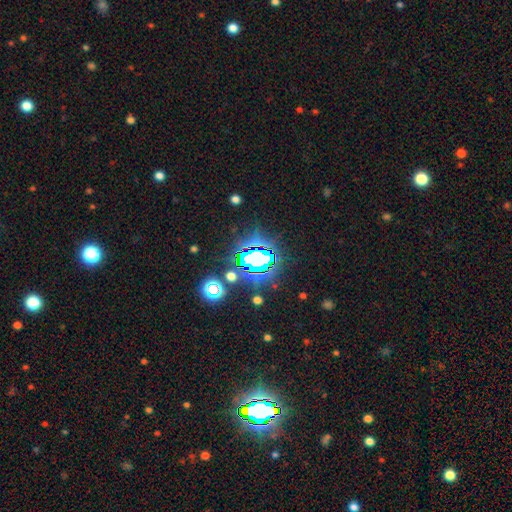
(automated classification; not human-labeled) Smooth or featured?
  - star or artifact: 72% *
  - smooth: 17%
  - featured or disk: 11%